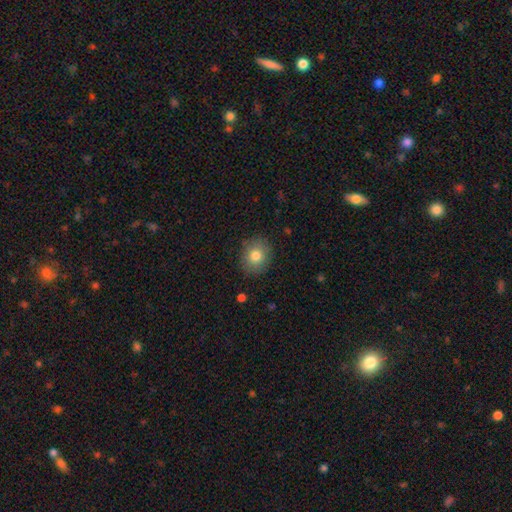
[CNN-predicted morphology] This is likely a smooth galaxy (79%). How rounded: likely round (71%). Merging: clearly none (87%).